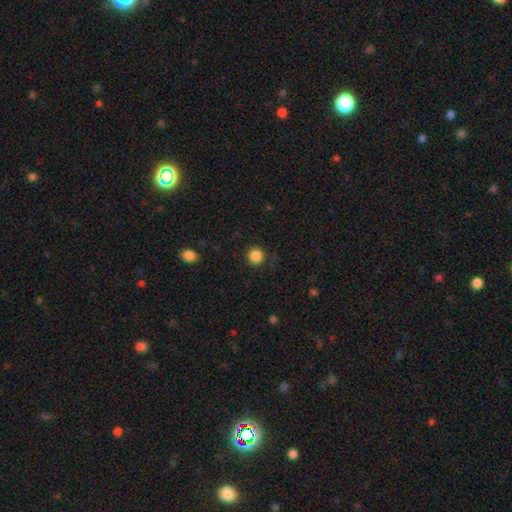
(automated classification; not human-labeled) Smooth or featured?
  - smooth: 86% *
  - star or artifact: 11%
  - featured or disk: 3%
How rounded?
  - round: 94% *
  - in between: 5%
  - cigar-shaped: 1%
Merging?
  - none: 88% *
  - minor disturbance: 8%
  - major disturbance: 3%
  - merger: 1%